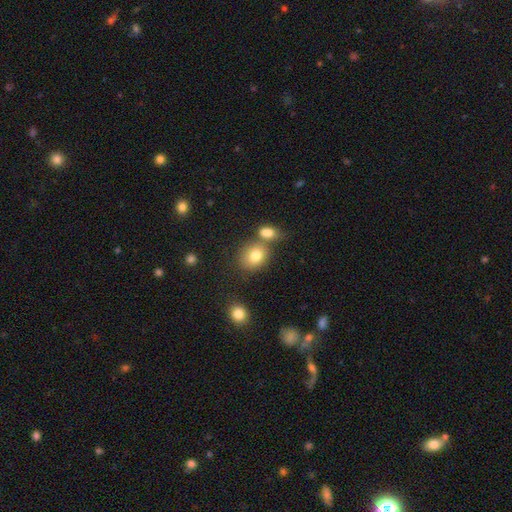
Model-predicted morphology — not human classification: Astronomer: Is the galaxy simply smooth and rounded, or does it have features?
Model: smooth — 80%.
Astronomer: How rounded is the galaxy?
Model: round — 59% (runner-up: in between, 40%).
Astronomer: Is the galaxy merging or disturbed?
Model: none — 55%.